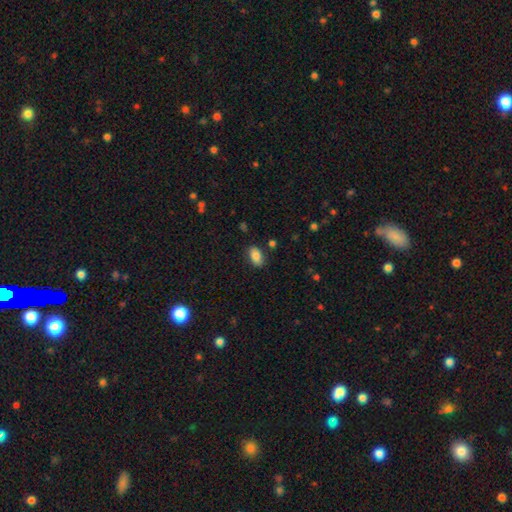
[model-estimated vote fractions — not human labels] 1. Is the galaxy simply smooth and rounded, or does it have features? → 86% smooth, 8% star or artifact, 6% featured or disk.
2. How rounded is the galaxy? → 91% in between, 7% round, 2% cigar-shaped.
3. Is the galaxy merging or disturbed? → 82% none, 12% minor disturbance, 3% major disturbance, 2% merger.